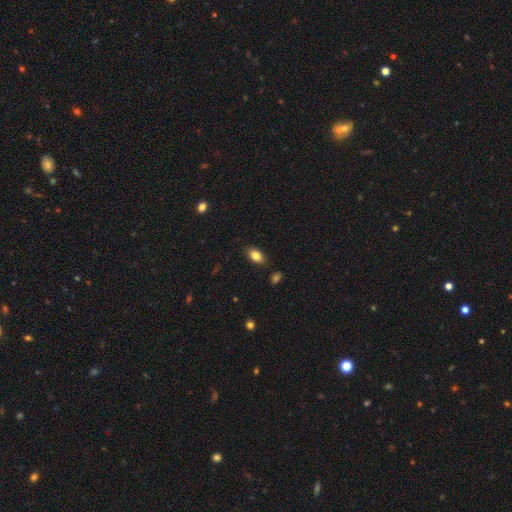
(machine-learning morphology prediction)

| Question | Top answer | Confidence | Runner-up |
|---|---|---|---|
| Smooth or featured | smooth | 84% | star or artifact (9%) |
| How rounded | in between | 89% | round (9%) |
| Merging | none | 86% | minor disturbance (10%) |